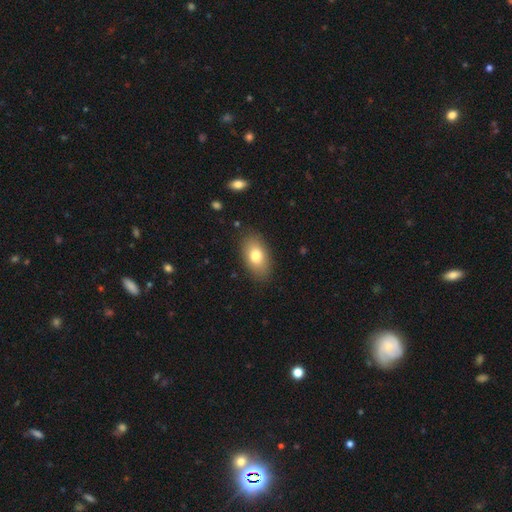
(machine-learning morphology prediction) The model was most divided on "smooth or featured": smooth: 77%, featured or disk: 15%, star or artifact: 8%. More confident: how rounded — in between (90%); merging — none (86%).